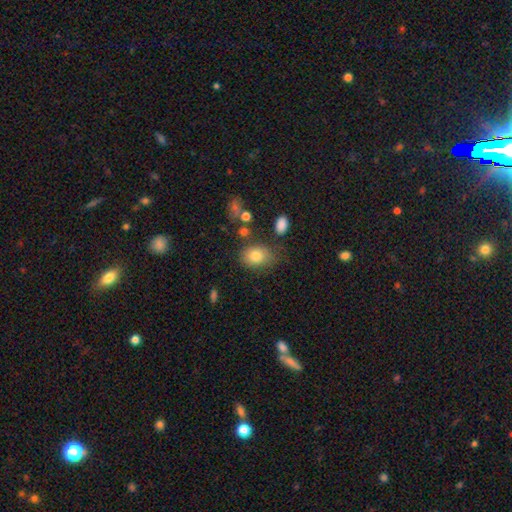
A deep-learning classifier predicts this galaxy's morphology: Smooth or featured? Predicted: smooth (p=0.80). How rounded? Predicted: in between (p=0.67). Merging? Predicted: none (p=0.65).